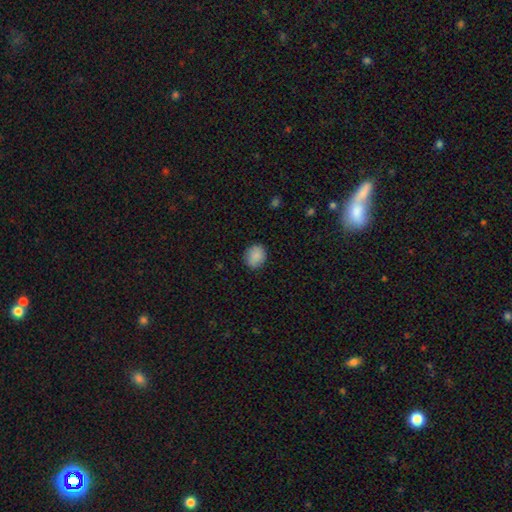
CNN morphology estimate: Smooth or featured: smooth — 88% (star or artifact — 8%)
How rounded: round — 73% (in between — 26%)
Merging: none — 86% (minor disturbance — 11%)